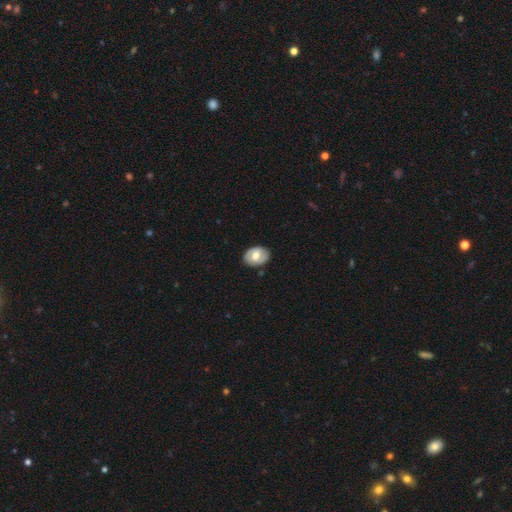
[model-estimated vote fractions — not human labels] Morphology: type=smooth (51%); roundness=in between (69%); merging=none (83%).